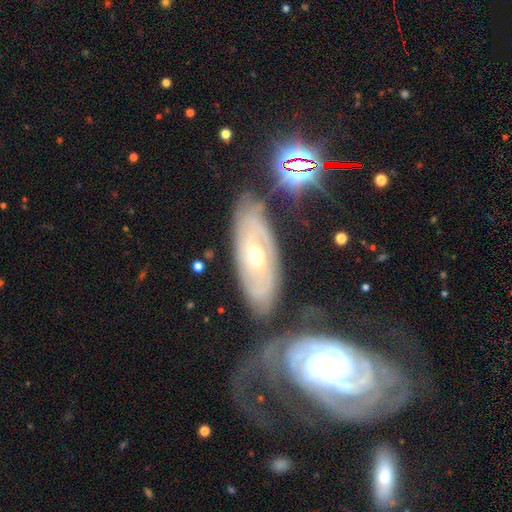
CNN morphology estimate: smooth-or-featured: featured or disk: 75% | smooth: 17% | star or artifact: 7%
  disk-edge-on: no: 86% | yes: 14%
    bar: no: 64% | weak: 24% | strong: 12%
    has-spiral-arms: yes: 84% | no: 16%
      spiral-winding: tight: 74% | medium: 21% | loose: 5%
      spiral-arm-count: can't tell: 44% | 2: 34% | 3: 10% | 4: 5% | 1: 4% | more than 4: 3%
    bulge-size: moderate: 66% | small: 26% | large: 5% | dominant: 1% | none: 1%
  merging: none: 62% | minor disturbance: 18% | merger: 12% | major disturbance: 8%